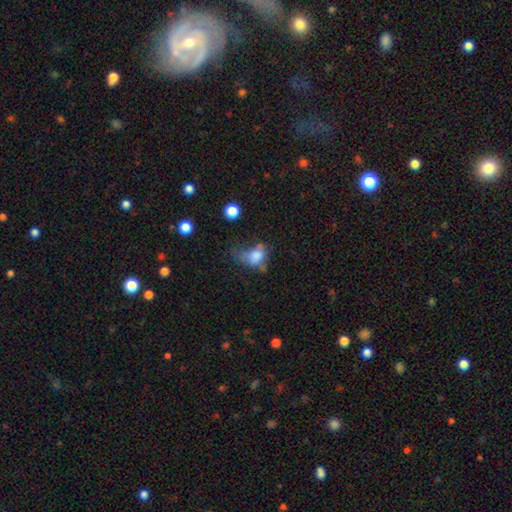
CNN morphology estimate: The model was most divided on "merging": major disturbance: 43%, minor disturbance: 24%, none: 22%, merger: 11%. More confident: how rounded — in between (70%); smooth or featured — smooth (66%).